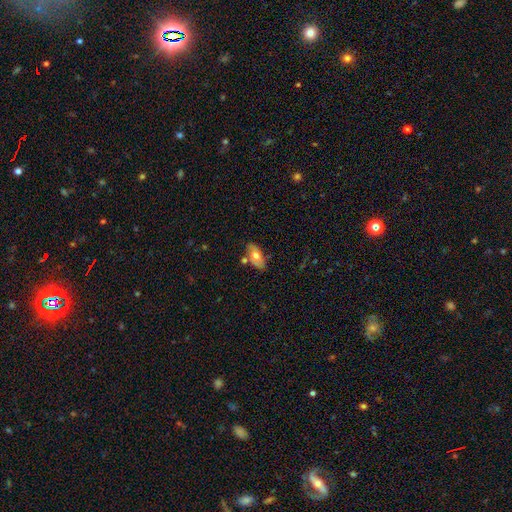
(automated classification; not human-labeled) Smooth or featured? smooth (55%)
How rounded? in between (89%)
Merging? none (67%)